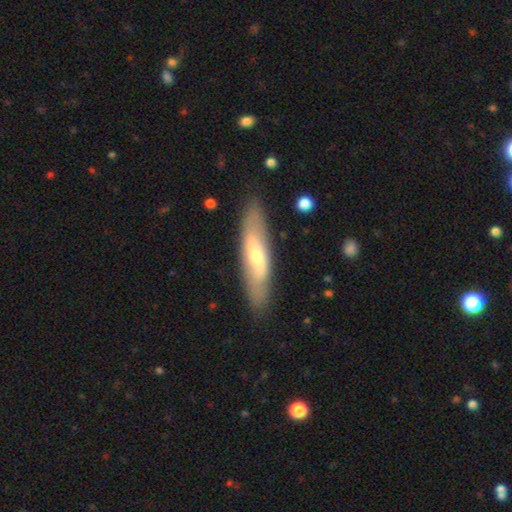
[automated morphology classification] A featured or disk galaxy (52%).

Vote fractions:
- Smooth or featured? featured or disk: 52% / smooth: 43% / star or artifact: 5%
- Edge-on disk? no: 61% / yes: 39%
- Merging? none: 85% / minor disturbance: 11% / major disturbance: 3% / merger: 2%